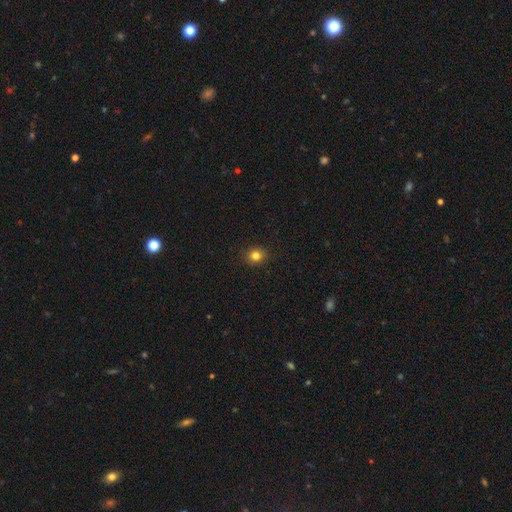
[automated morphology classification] type=smooth (81%); roundness=round (81%); merging=none (91%).